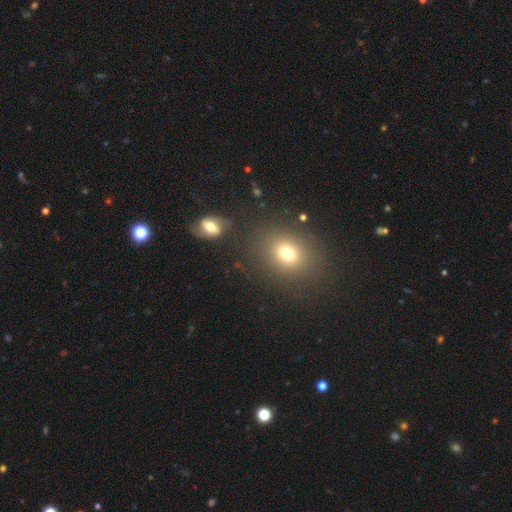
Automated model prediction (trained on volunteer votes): A smooth galaxy with no disk features (62%) that is round (61%).

Vote fractions:
- Smooth or featured? smooth: 62% / star or artifact: 29% / featured or disk: 8%
- How rounded? round: 61% / in between: 38% / cigar-shaped: 1%
- Merging? none: 87% / minor disturbance: 7% / merger: 4% / major disturbance: 3%